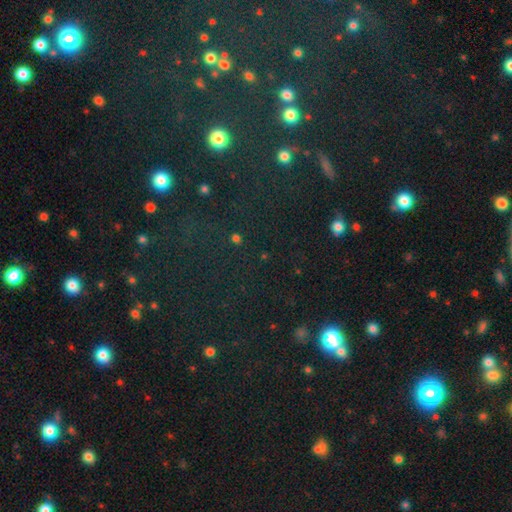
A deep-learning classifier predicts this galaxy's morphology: Smooth or featured? Predicted: star or artifact (p=0.67).